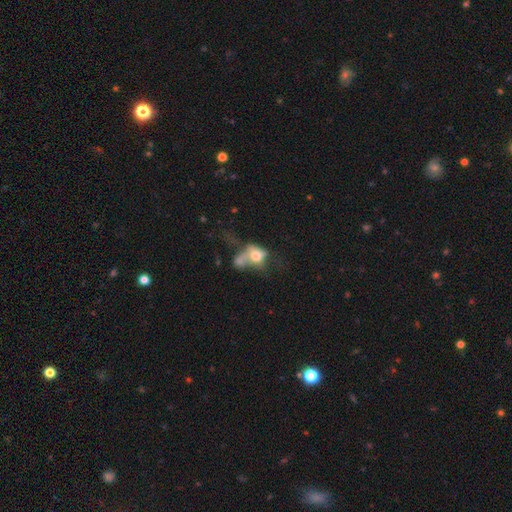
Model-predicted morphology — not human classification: Smooth or featured? smooth (54%)
How rounded? in between (69%)
Merging? merger (46%)